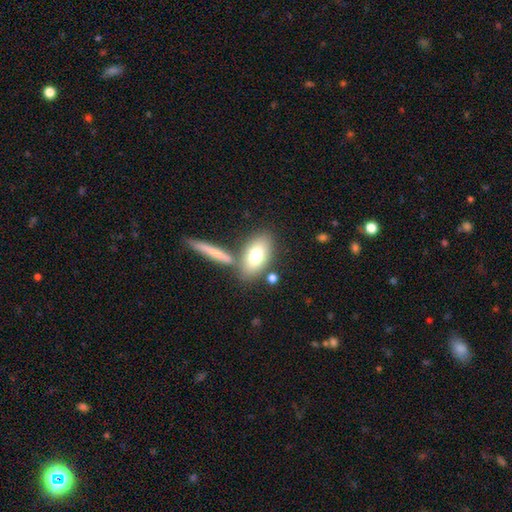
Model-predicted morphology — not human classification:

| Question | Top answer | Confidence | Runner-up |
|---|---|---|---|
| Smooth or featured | smooth | 74% | featured or disk (19%) |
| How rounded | in between | 86% | cigar-shaped (9%) |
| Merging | none | 65% | merger (19%) |